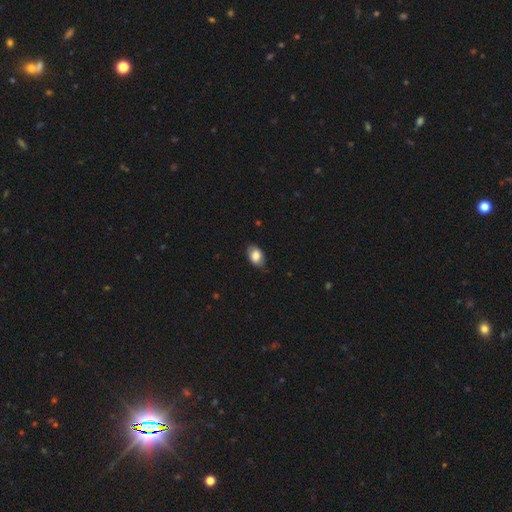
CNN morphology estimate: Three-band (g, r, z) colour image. It shows a smooth galaxy with no disk features (80%) that is in between round and cigar-shaped (90%). Merging: none (78%).